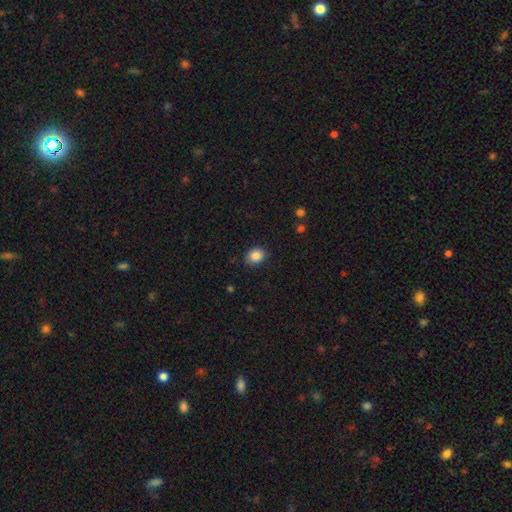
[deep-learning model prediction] Smooth or featured: smooth — 87% (star or artifact — 9%)
How rounded: in between — 54% (round — 45%)
Merging: none — 88% (minor disturbance — 8%)